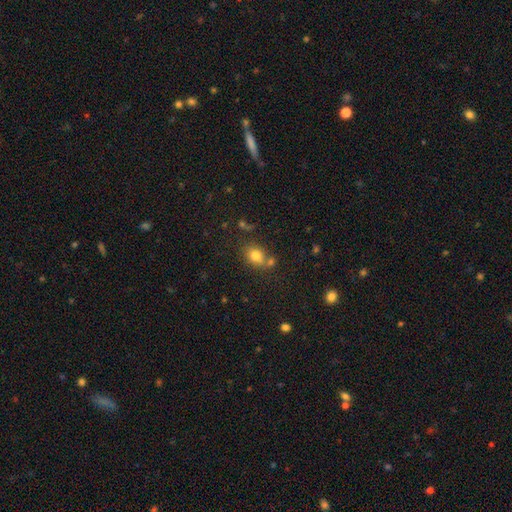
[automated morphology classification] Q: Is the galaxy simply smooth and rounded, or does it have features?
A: smooth — 78%.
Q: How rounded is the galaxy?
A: in between — 52%.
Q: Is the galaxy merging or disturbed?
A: none — 57%.